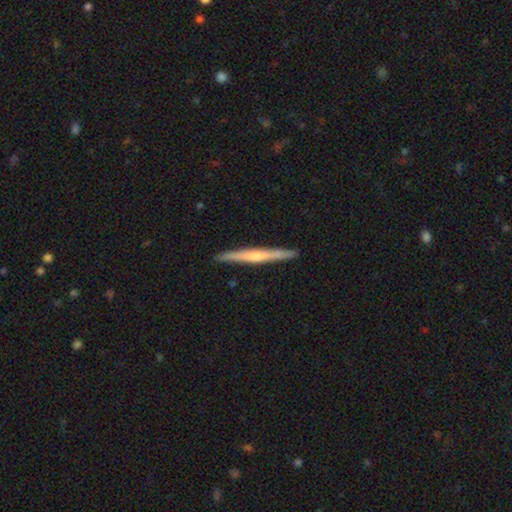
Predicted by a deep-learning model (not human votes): Smooth or featured? Predicted: featured or disk (p=0.59). Edge-on disk? Predicted: yes (p=0.97). Edge-on bulge? Predicted: rounded (p=0.52). Merging? Predicted: none (p=0.91).